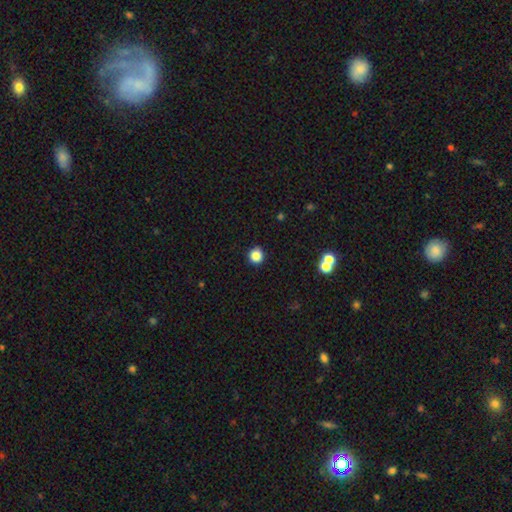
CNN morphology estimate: The model was most divided on "smooth or featured": smooth: 85%, star or artifact: 11%, featured or disk: 3%. More confident: how rounded — round (93%); merging — none (91%).